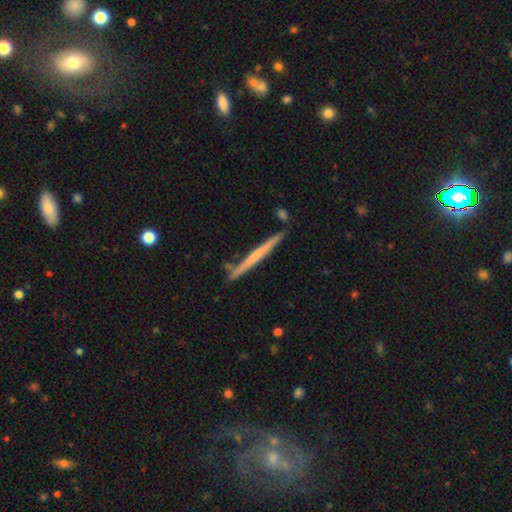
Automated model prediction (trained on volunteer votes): A featured or disk galaxy (59%) viewed edge-on (97%) with no central bulge (63%). Merging: none (85%).